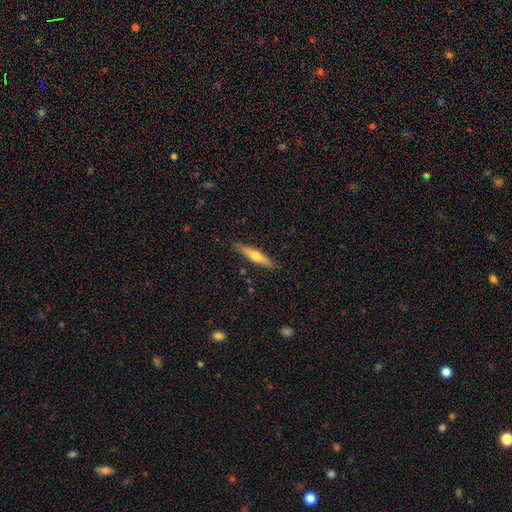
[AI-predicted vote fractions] Overall: featured or disk (49%; smooth 45%). Merging: none (88%).